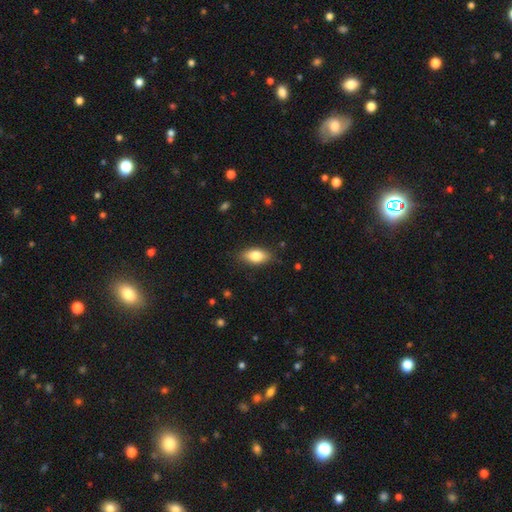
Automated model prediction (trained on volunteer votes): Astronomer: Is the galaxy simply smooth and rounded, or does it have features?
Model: smooth — 80%.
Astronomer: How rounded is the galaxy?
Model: in between — 87%.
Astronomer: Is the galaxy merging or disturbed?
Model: none — 84%.